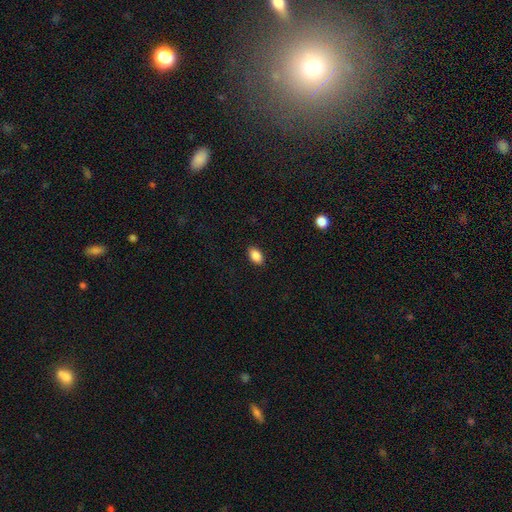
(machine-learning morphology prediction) Smooth or featured? Predicted: smooth (p=0.88). How rounded? Predicted: in between (p=0.90). Merging? Predicted: none (p=0.89).